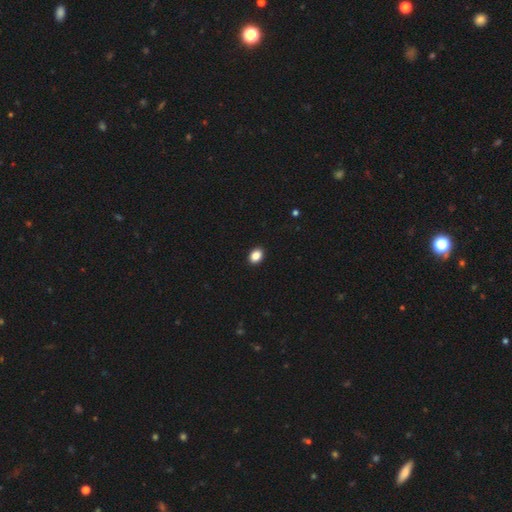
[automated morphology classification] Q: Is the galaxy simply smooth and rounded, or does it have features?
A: smooth — 87%.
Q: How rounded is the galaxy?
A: in between — 63%.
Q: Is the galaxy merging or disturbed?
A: none — 92%.